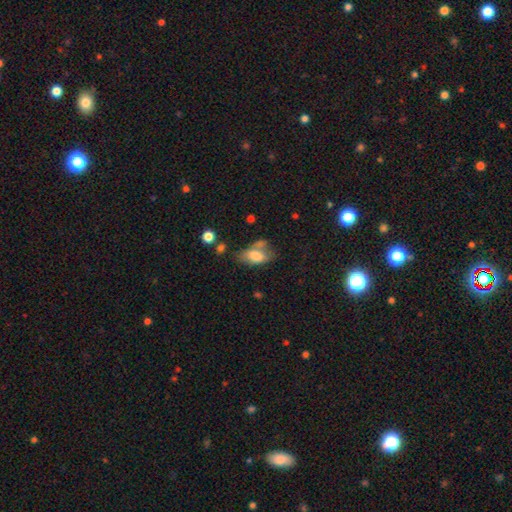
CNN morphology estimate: smooth-or-featured: smooth: 71% | featured or disk: 20% | star or artifact: 8%
  how-rounded: in between: 90% | round: 6% | cigar-shaped: 4%
  merging: none: 39% | minor disturbance: 26% | merger: 21% | major disturbance: 15%